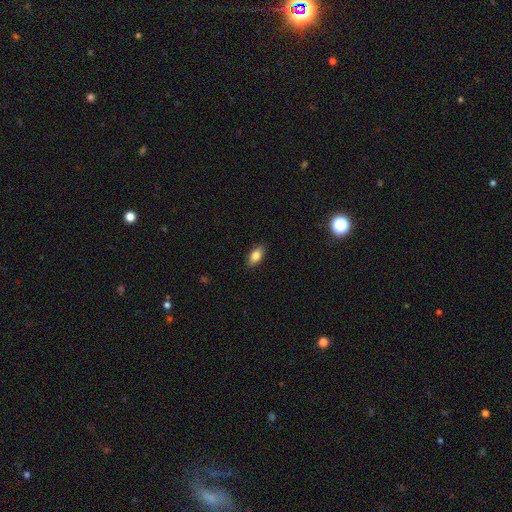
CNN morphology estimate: smooth_or_featured: smooth (p=0.82) [alt: featured or disk p=0.11]
how_rounded: in between (p=0.88) [alt: cigar-shaped p=0.08]
merging: none (p=0.89) [alt: minor disturbance p=0.09]